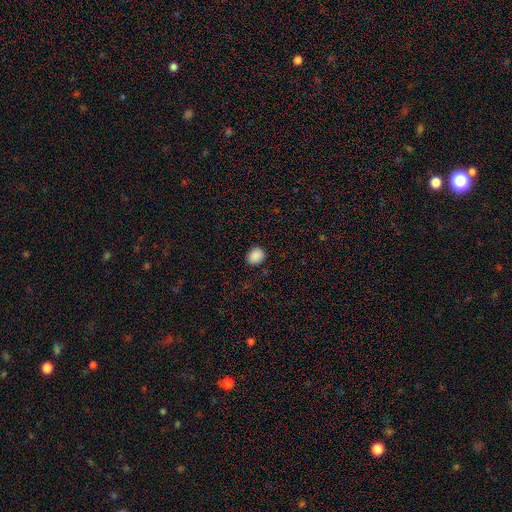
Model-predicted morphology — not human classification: smooth_or_featured: smooth (p=0.88) [alt: star or artifact p=0.09]
how_rounded: round (p=0.53) [alt: in between p=0.46]
merging: none (p=0.86) [alt: minor disturbance p=0.11]